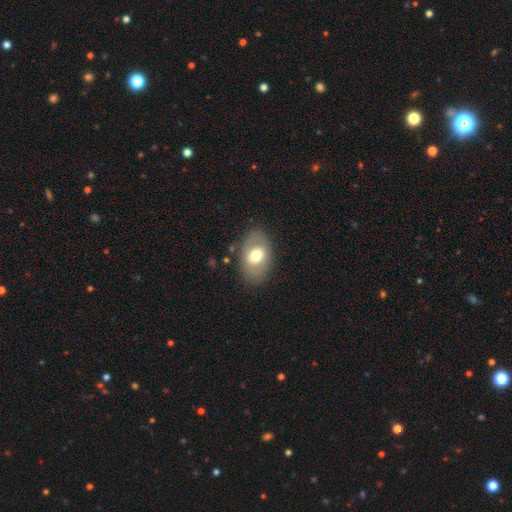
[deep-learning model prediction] Smooth or featured? smooth (59%)
How rounded? in between (82%)
Merging? none (79%)